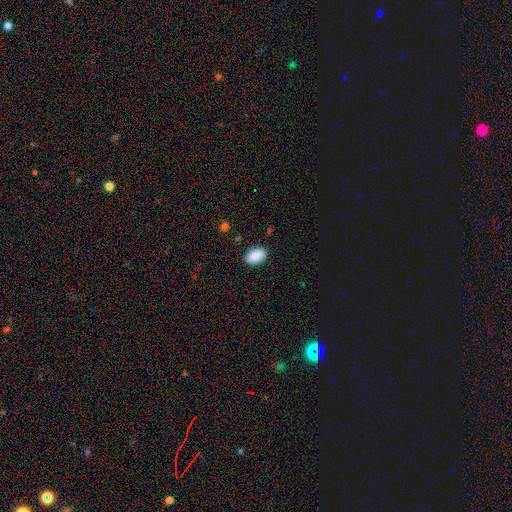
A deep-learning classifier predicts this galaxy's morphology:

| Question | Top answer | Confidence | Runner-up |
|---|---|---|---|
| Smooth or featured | smooth | 90% | star or artifact (7%) |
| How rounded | in between | 92% | round (6%) |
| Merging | none | 87% | minor disturbance (10%) |